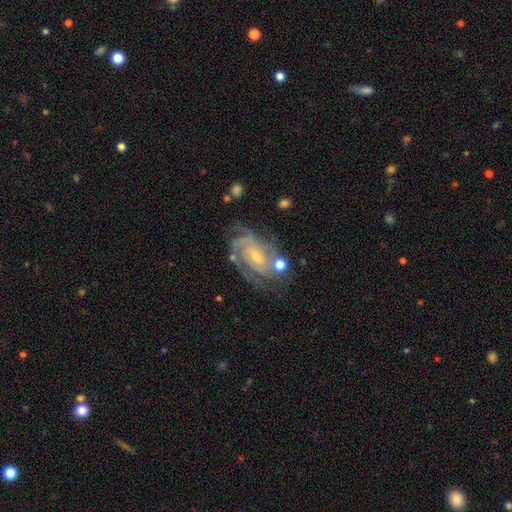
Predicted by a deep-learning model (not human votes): Smooth or featured?
  - featured or disk: 88% *
  - smooth: 6%
  - star or artifact: 6%
Edge-on disk?
  - no: 97% *
  - yes: 3%
Bar?
  - no: 48% *
  - weak: 40%
  - strong: 12%
Spiral arms?
  - yes: 97% *
  - no: 3%
Spiral winding?
  - tight: 64% *
  - medium: 30%
  - loose: 6%
Spiral arm count?
  - 3: 30% *
  - 2: 22%
  - can't tell: 21%
  - 4: 16%
  - more than 4: 5%
  - 1: 5%
Bulge size?
  - small: 68% *
  - moderate: 27%
  - none: 3%
  - large: 1%
  - dominant: 1%
Merging?
  - none: 63% *
  - minor disturbance: 20%
  - major disturbance: 10%
  - merger: 7%